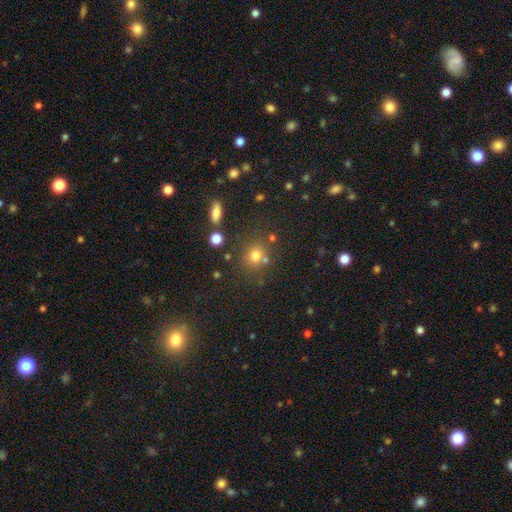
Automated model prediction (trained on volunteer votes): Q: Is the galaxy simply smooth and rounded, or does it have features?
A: smooth — 72%.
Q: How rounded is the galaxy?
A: round — 81%.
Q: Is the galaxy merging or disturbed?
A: none — 71%.